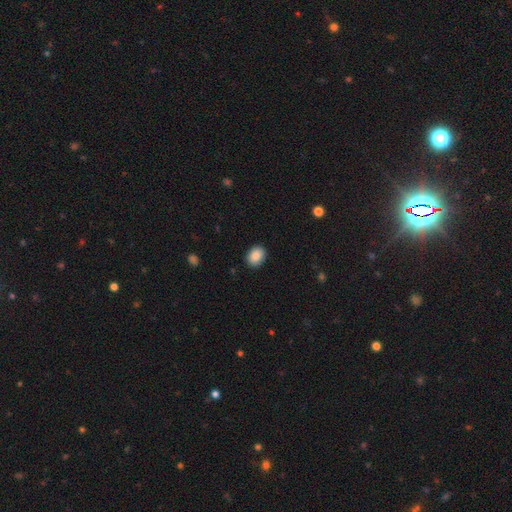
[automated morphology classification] This is clearly a smooth galaxy (89%). How rounded: likely in between (64%). Merging: clearly none (88%).